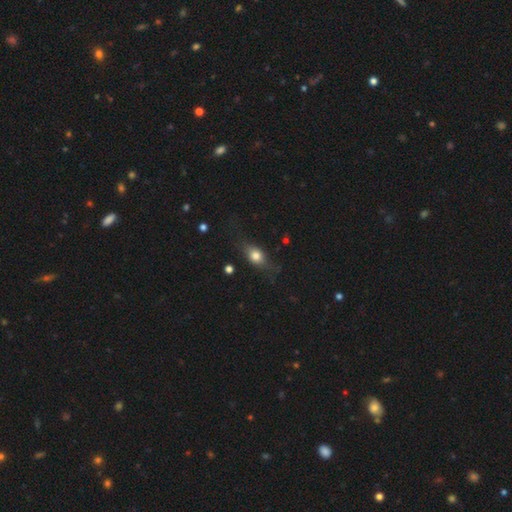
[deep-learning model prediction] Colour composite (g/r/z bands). It shows a smooth galaxy with no disk features (69%) that is in between round and cigar-shaped (63%). Merging: none (66%).